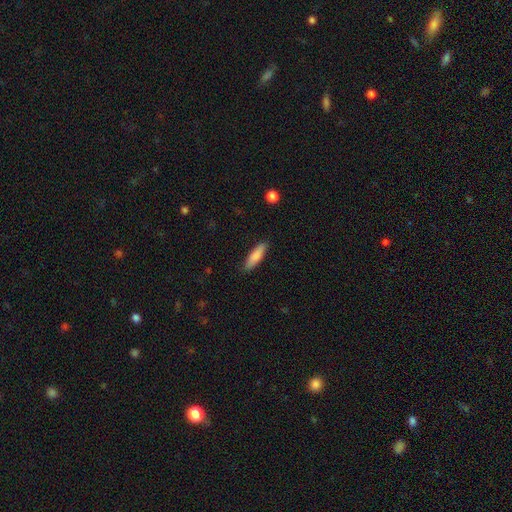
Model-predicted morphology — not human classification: The model was most divided on "how rounded": cigar-shaped: 63%, in between: 35%, round: 1%. More confident: merging — none (87%); smooth or featured — smooth (83%).